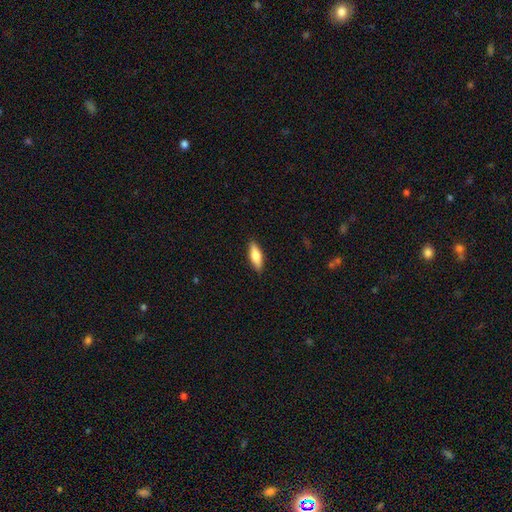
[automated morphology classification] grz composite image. It shows a smooth galaxy with no disk features (74%) that is in between round and cigar-shaped (57%). Merging: none (89%).